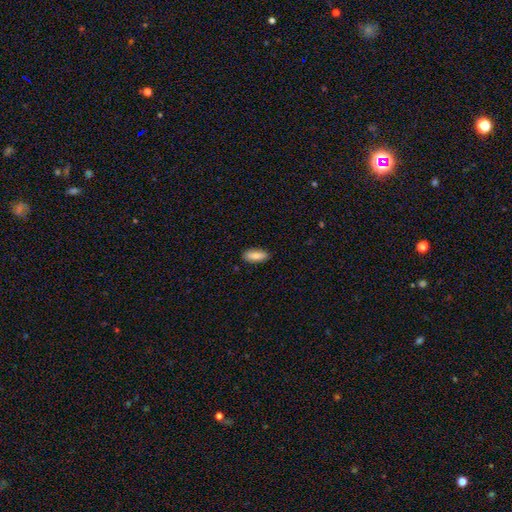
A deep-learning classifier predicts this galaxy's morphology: Overall: smooth (84%). How rounded: in between (80%). Merging: none (88%).